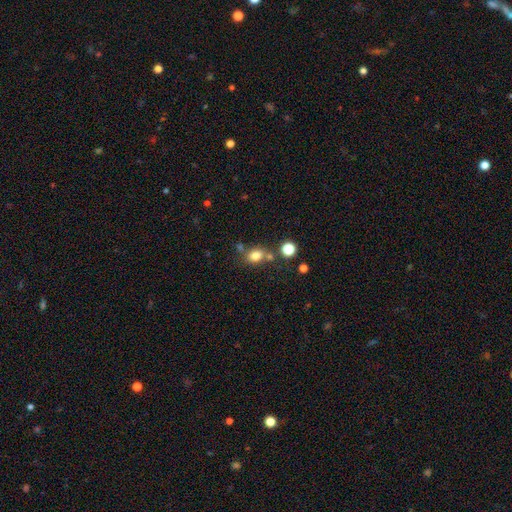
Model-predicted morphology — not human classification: Smooth or featured? smooth (78%)
How rounded? round (51%)
Merging? none (63%)